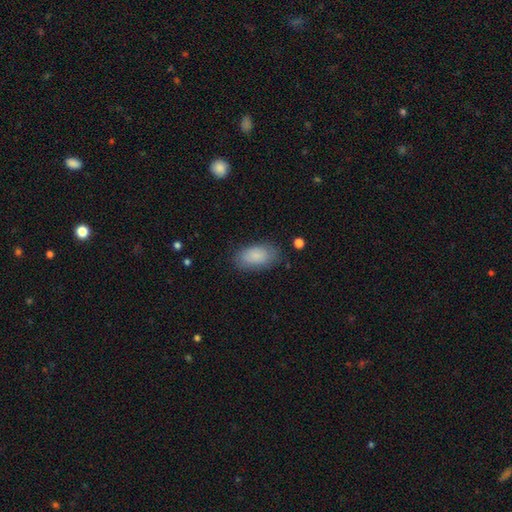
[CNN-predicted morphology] The model was most divided on "merging": none: 79%, minor disturbance: 15%, major disturbance: 4%, merger: 1%. More confident: how rounded — in between (93%); smooth or featured — smooth (86%).